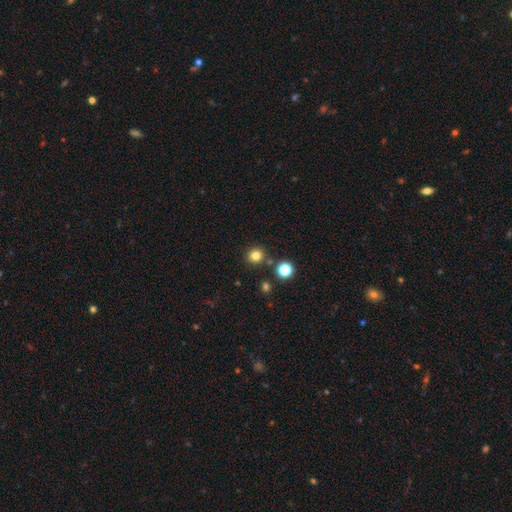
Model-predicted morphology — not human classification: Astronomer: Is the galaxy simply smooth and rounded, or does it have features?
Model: smooth — 80%.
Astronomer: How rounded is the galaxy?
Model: round — 92%.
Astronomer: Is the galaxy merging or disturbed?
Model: none — 86%.